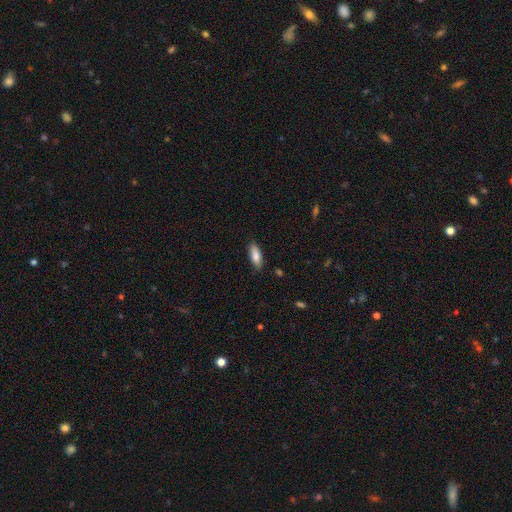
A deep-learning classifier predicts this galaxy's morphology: This is clearly a smooth galaxy (86%). How rounded: likely in between (64%). Merging: clearly none (86%).